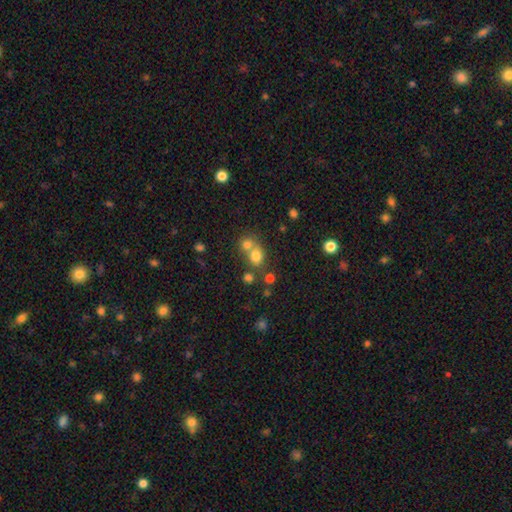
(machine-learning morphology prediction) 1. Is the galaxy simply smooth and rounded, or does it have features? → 73% smooth, 15% star or artifact, 12% featured or disk.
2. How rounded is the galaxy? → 73% round, 25% in between, 1% cigar-shaped.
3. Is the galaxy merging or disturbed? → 50% merger, 40% none, 7% minor disturbance, 3% major disturbance.